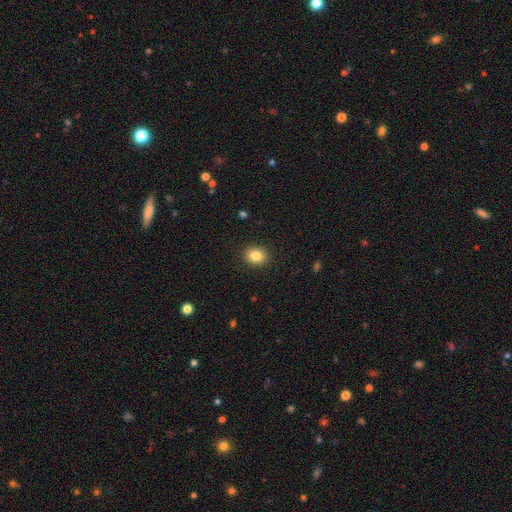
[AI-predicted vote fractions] The model was most divided on "how rounded": round: 57%, in between: 42%, cigar-shaped: 1%. More confident: merging — none (90%); smooth or featured — smooth (84%).